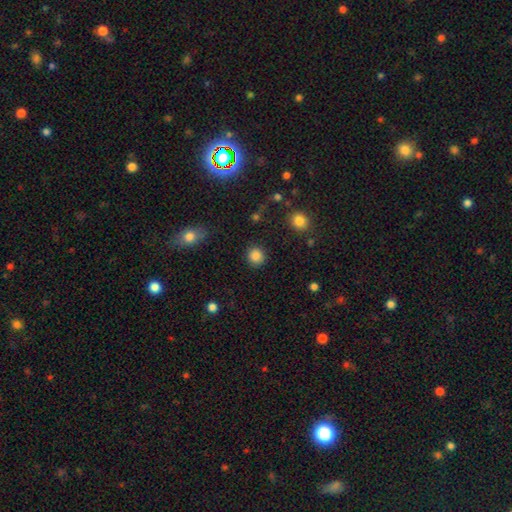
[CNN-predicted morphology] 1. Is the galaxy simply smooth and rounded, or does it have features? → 86% smooth, 10% star or artifact, 4% featured or disk.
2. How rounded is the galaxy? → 88% round, 11% in between, 1% cigar-shaped.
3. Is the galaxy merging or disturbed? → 90% none, 6% minor disturbance, 3% major disturbance, 2% merger.